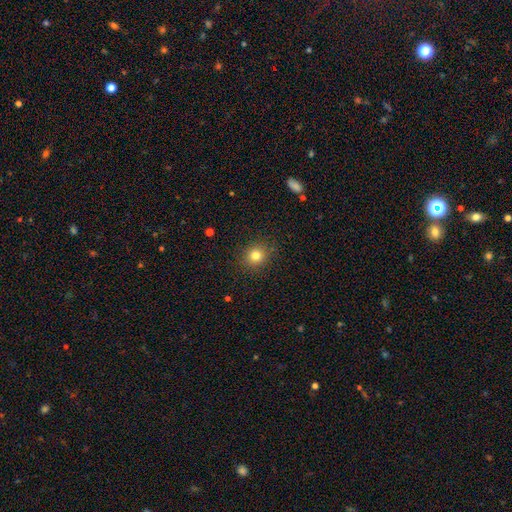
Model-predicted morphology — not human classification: Smooth or featured? smooth (80%)
How rounded? round (88%)
Merging? none (90%)